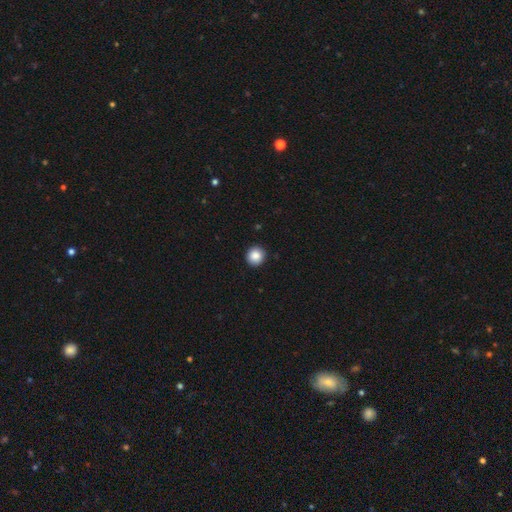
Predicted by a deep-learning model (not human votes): A smooth galaxy with no disk features (87%) that is round (91%). Merging: none (92%).